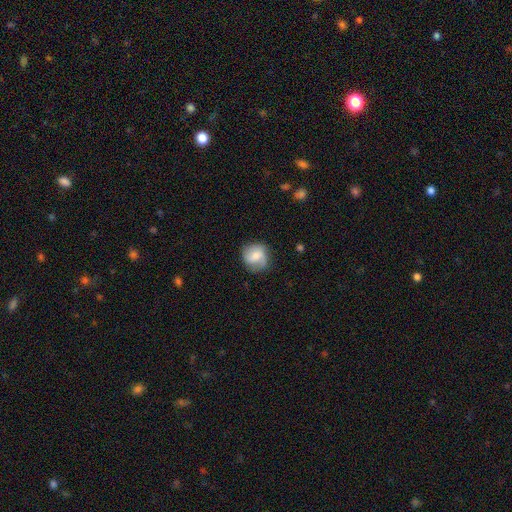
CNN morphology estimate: A smooth galaxy with no disk features (50%) that is round (84%). Merging: none (71%).